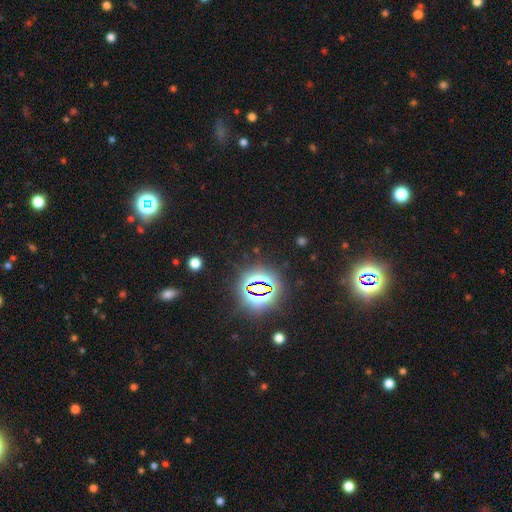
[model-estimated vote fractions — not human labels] Smooth or featured? star or artifact (82%)